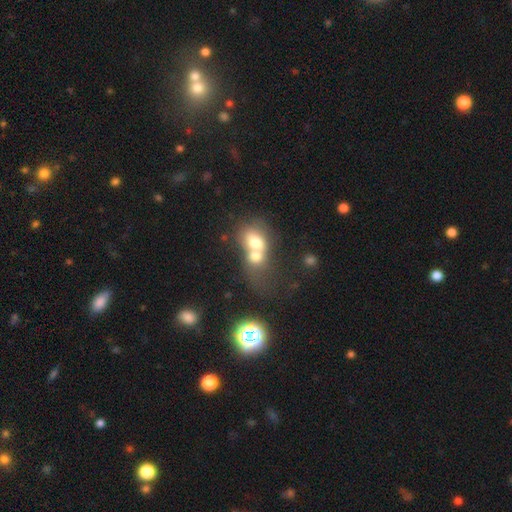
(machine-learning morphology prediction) The model was most divided on "how rounded": in between: 55%, round: 43%, cigar-shaped: 2%. More confident: merging — merger (76%); smooth or featured — smooth (65%).